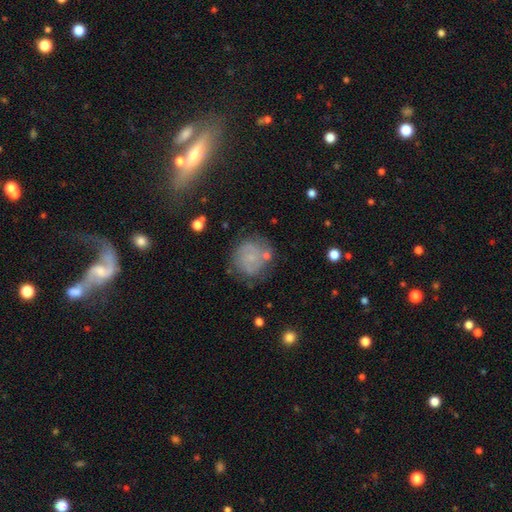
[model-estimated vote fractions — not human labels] smooth-or-featured: featured or disk: 52% | smooth: 35% | star or artifact: 13%
  disk-edge-on: no: 97% | yes: 3%
    bar: no: 75% | weak: 21% | strong: 4%
    has-spiral-arms: yes: 76% | no: 24%
    bulge-size: small: 68% | none: 17% | moderate: 13% | large: 1% | dominant: 1%
  merging: none: 69% | minor disturbance: 17% | major disturbance: 8% | merger: 6%